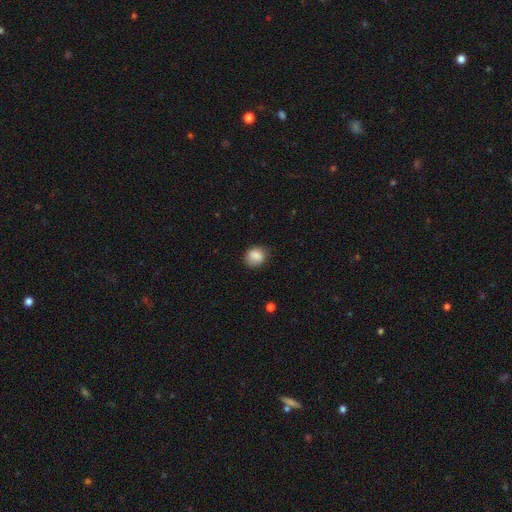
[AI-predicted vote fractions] This is clearly a smooth galaxy (85%). How rounded: likely round (65%). Merging: likely none (75%).